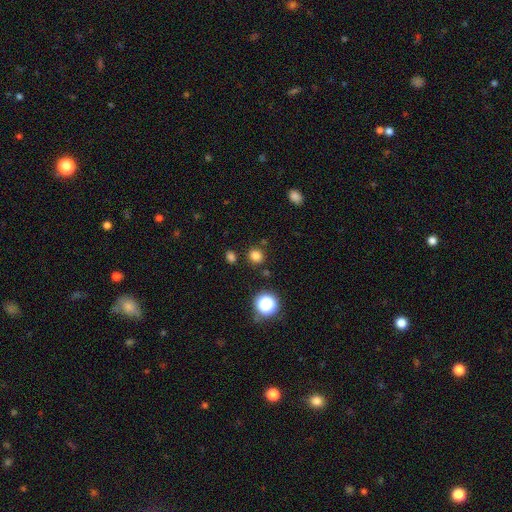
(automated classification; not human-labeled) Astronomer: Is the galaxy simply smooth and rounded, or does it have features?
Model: smooth — 77%.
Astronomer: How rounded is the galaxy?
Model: round — 85%.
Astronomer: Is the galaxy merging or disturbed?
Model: none — 86%.